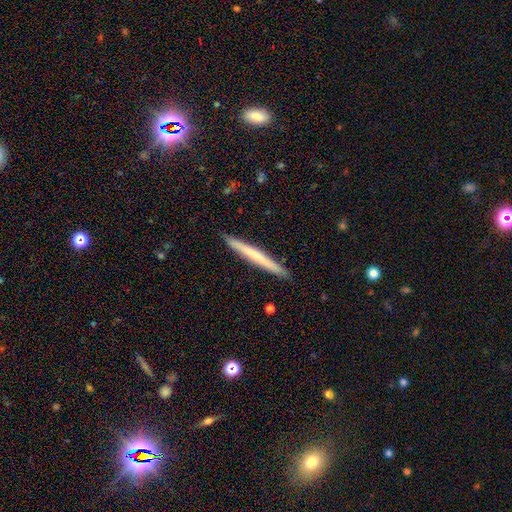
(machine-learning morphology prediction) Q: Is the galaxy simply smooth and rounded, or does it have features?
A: smooth — 54%.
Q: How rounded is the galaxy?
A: cigar-shaped — 97%.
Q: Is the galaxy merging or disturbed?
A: none — 92%.